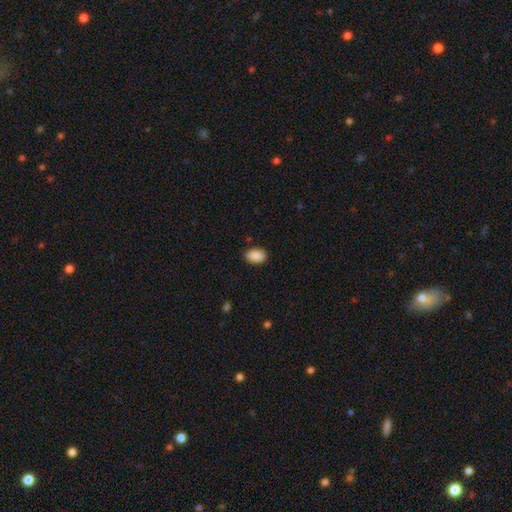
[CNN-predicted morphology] Smooth or featured? smooth (90%)
How rounded? in between (88%)
Merging? none (87%)